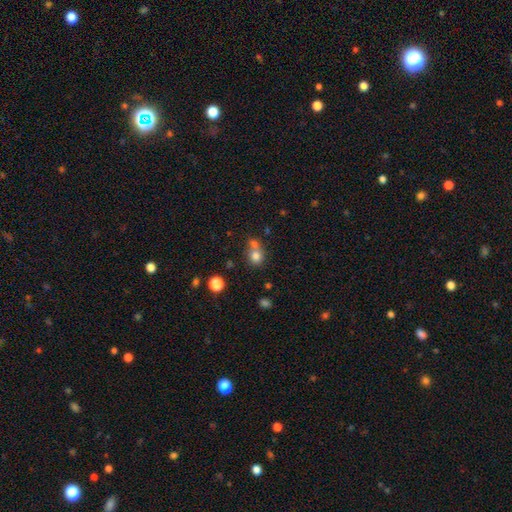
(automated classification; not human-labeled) Smooth or featured? Predicted: smooth (p=0.77). How rounded? Predicted: round (p=0.77). Merging? Predicted: merger (p=0.46).